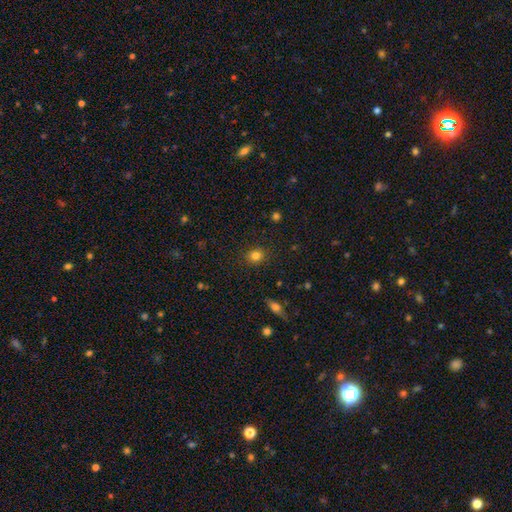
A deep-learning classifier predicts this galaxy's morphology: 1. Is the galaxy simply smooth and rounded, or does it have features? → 80% smooth, 13% star or artifact, 6% featured or disk.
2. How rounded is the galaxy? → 75% round, 24% in between, 1% cigar-shaped.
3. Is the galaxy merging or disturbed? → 88% none, 8% minor disturbance, 2% major disturbance, 1% merger.